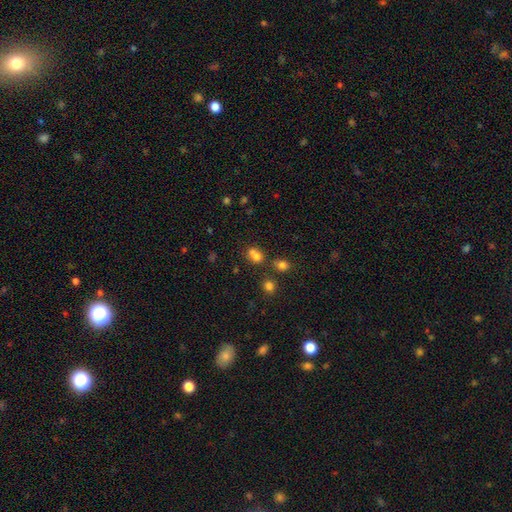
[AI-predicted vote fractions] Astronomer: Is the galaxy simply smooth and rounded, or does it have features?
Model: smooth — 71%.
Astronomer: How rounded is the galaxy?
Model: round — 50% (runner-up: in between, 48%).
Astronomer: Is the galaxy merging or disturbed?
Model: merger — 45% (runner-up: none, 38%).